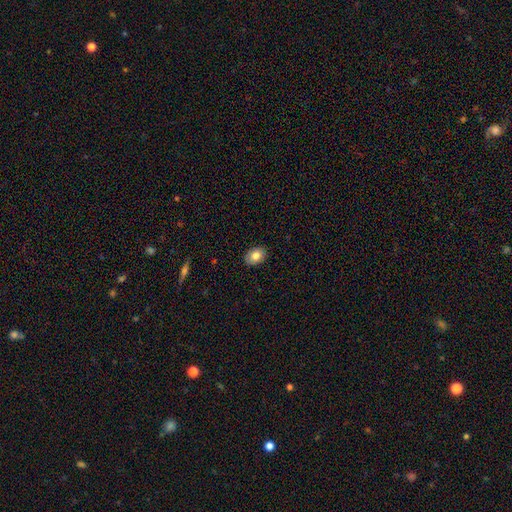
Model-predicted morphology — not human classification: A smooth galaxy with no disk features (81%) that is in between round and cigar-shaped (74%).

Vote fractions:
- Smooth or featured? smooth: 81% / featured or disk: 11% / star or artifact: 8%
- How rounded? in between: 74% / round: 25% / cigar-shaped: 1%
- Merging? none: 88% / minor disturbance: 9% / major disturbance: 2% / merger: 1%